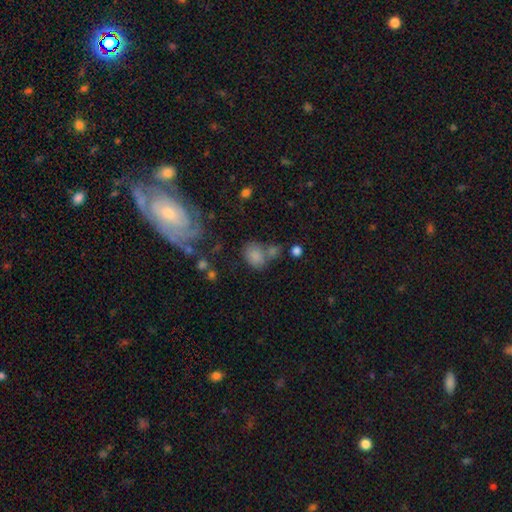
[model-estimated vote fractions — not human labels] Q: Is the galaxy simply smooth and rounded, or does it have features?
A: smooth — 78%.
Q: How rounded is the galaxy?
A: in between — 54%.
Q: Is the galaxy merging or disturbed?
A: none — 44%.